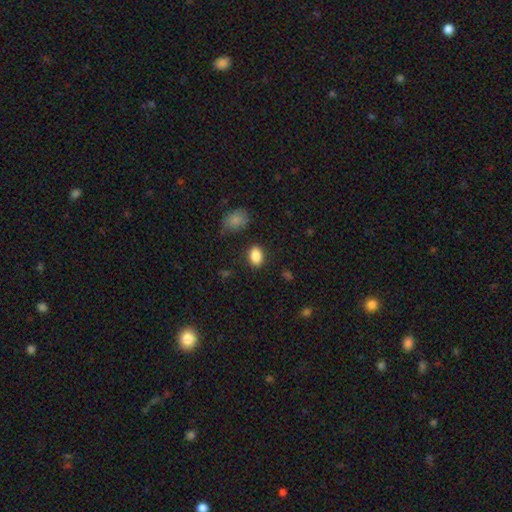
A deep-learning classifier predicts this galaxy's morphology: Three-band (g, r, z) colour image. It shows a smooth galaxy with no disk features (87%) that is in between round and cigar-shaped (81%). Merging: none (86%).